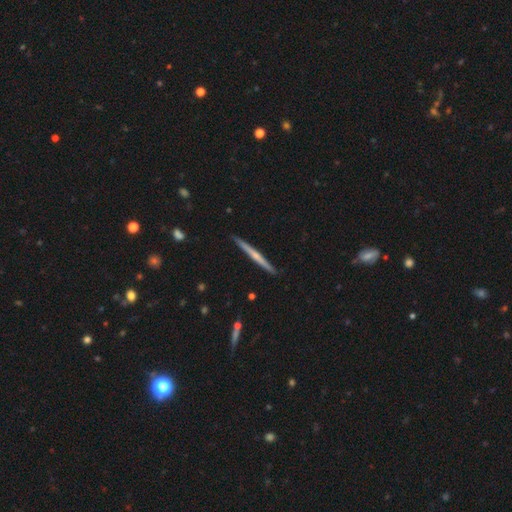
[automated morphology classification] Smooth or featured?
  - featured or disk: 57% *
  - smooth: 37%
  - star or artifact: 5%
Edge-on disk?
  - yes: 98% *
  - no: 2%
Edge-on bulge?
  - none: 52% *
  - rounded: 42%
  - boxy: 6%
Merging?
  - none: 91% *
  - minor disturbance: 7%
  - merger: 1%
  - major disturbance: 1%